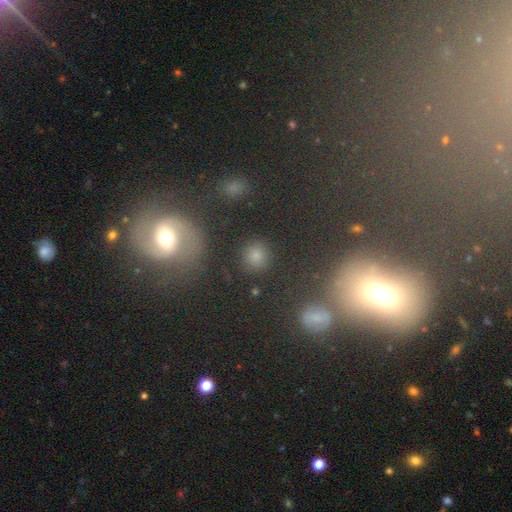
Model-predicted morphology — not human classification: The model was most divided on "smooth or featured": smooth: 67%, star or artifact: 26%, featured or disk: 7%. More confident: how rounded — round (89%); merging — none (85%).